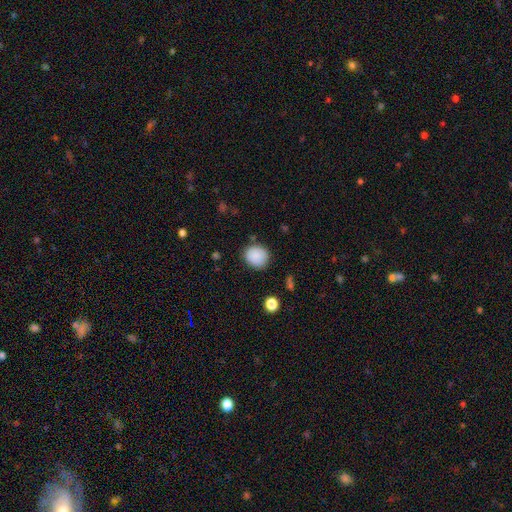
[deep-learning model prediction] smooth_or_featured: smooth (p=0.87) [alt: star or artifact p=0.08]
how_rounded: round (p=0.83) [alt: in between p=0.16]
merging: none (p=0.82) [alt: minor disturbance p=0.12]